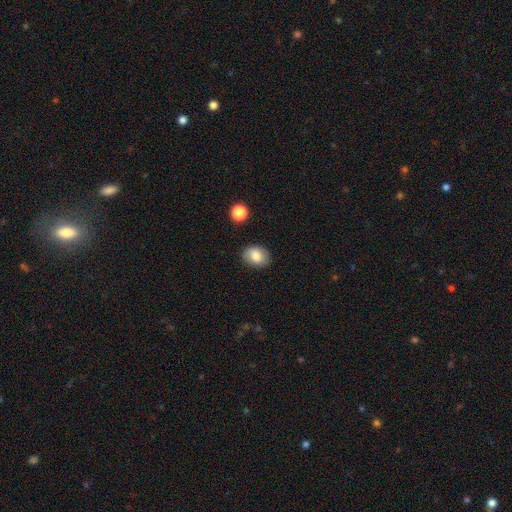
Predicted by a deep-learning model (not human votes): This appears to be a smooth galaxy with no disk features (82%) that is in between round and cigar-shaped (62%). Merging: none (84%).